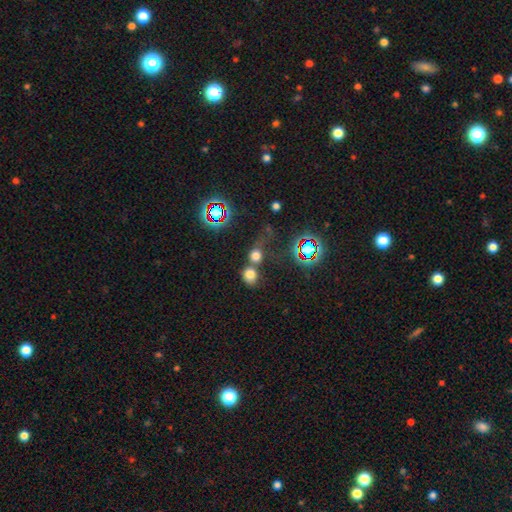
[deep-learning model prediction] A smooth galaxy with no disk features (68%) that is round (79%).

Vote fractions:
- Smooth or featured? smooth: 68% / star or artifact: 22% / featured or disk: 10%
- How rounded? round: 79% / in between: 19% / cigar-shaped: 2%
- Merging? none: 48% / merger: 38% / minor disturbance: 9% / major disturbance: 6%